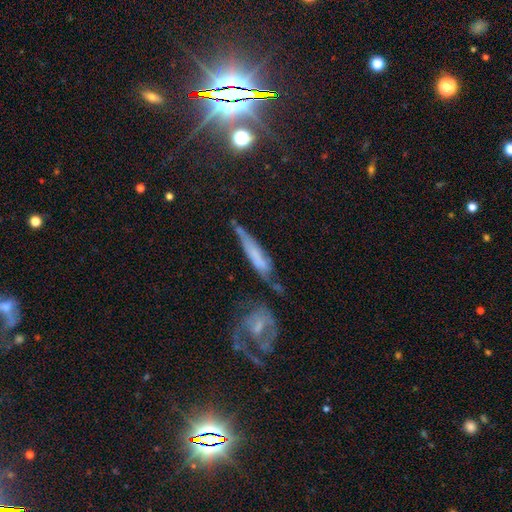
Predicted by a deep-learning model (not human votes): This appears to be a smooth galaxy with no disk features (44%). Merging: none (41%).